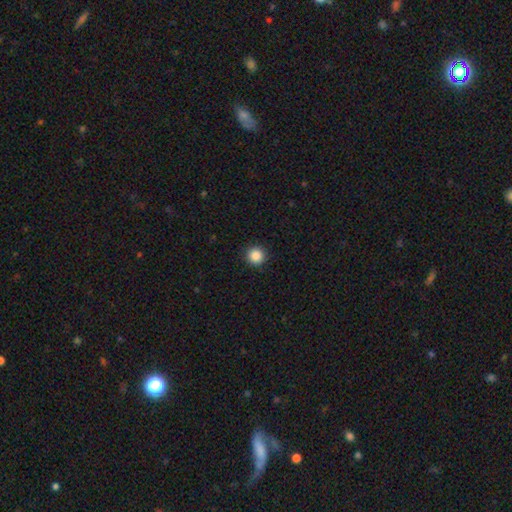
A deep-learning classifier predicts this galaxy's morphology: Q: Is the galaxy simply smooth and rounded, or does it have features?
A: smooth — 87%.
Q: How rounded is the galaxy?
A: round — 96%.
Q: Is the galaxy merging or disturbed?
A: none — 92%.